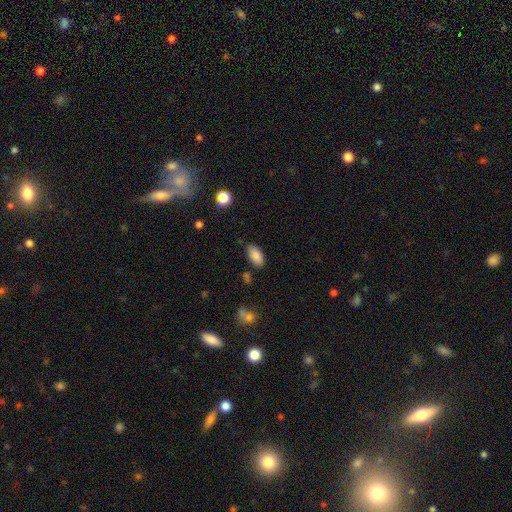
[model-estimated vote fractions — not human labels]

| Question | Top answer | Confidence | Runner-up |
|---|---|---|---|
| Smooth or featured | smooth | 87% | star or artifact (8%) |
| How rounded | in between | 93% | cigar-shaped (4%) |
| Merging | none | 83% | minor disturbance (12%) |